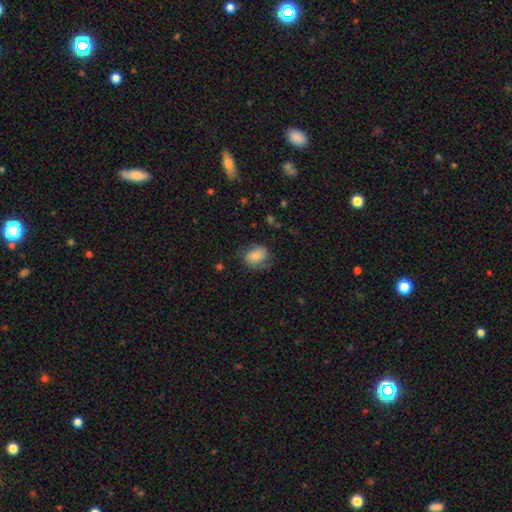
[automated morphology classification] This is likely a smooth galaxy (75%). How rounded: possibly in between (57%). Merging: likely none (61%).